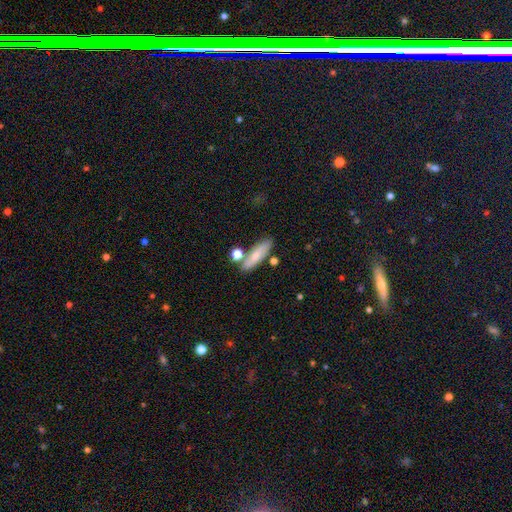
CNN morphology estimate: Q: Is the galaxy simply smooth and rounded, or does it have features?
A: smooth — 68%.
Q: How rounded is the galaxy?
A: cigar-shaped — 53%.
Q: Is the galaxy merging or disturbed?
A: none — 69%.